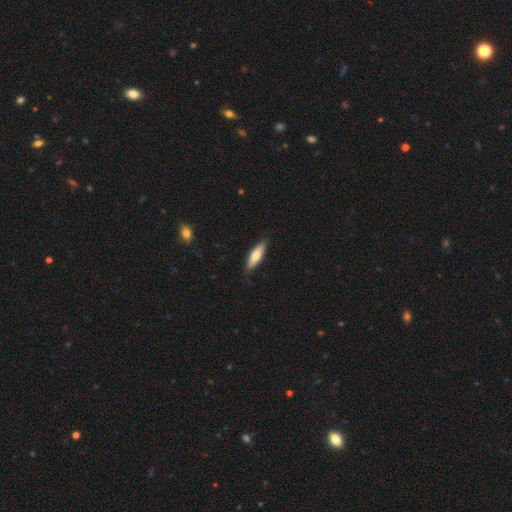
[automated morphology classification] smooth_or_featured: smooth (p=0.72) [alt: featured or disk p=0.23]
how_rounded: cigar-shaped (p=0.60) [alt: in between p=0.38]
merging: none (p=0.85) [alt: minor disturbance p=0.12]